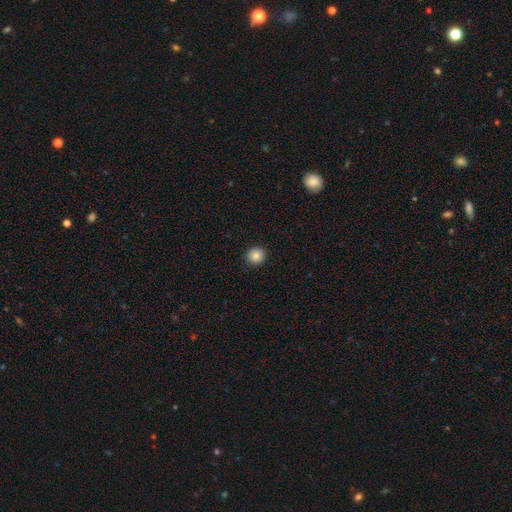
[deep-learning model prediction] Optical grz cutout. It shows a smooth galaxy with no disk features (85%) that is round (90%). Merging: none (91%).